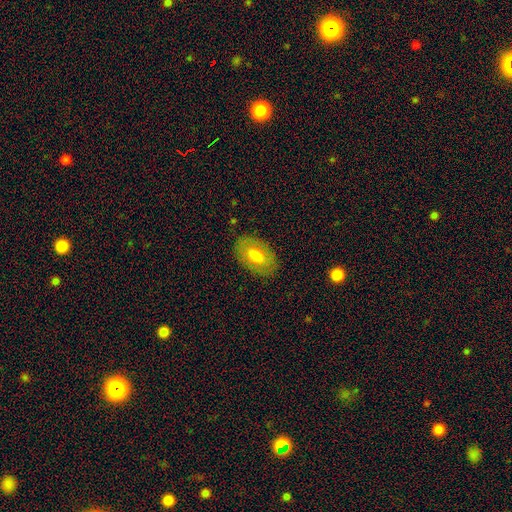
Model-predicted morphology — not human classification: Overall: smooth (67%). How rounded: in between (88%). Merging: none (83%).